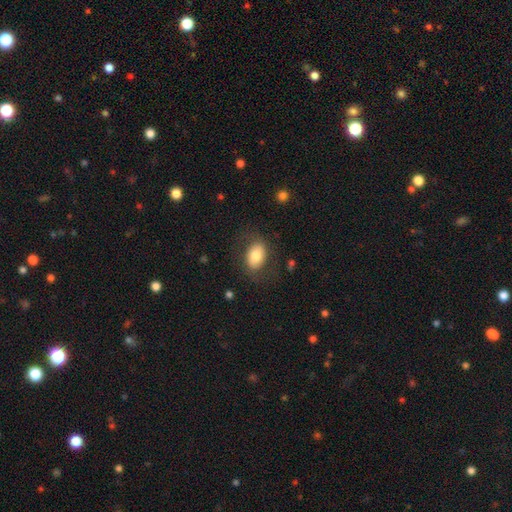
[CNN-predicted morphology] Smooth or featured?
  - smooth: 75% *
  - featured or disk: 18%
  - star or artifact: 7%
How rounded?
  - in between: 83% *
  - round: 16%
  - cigar-shaped: 1%
Merging?
  - none: 74% *
  - minor disturbance: 16%
  - major disturbance: 9%
  - merger: 1%